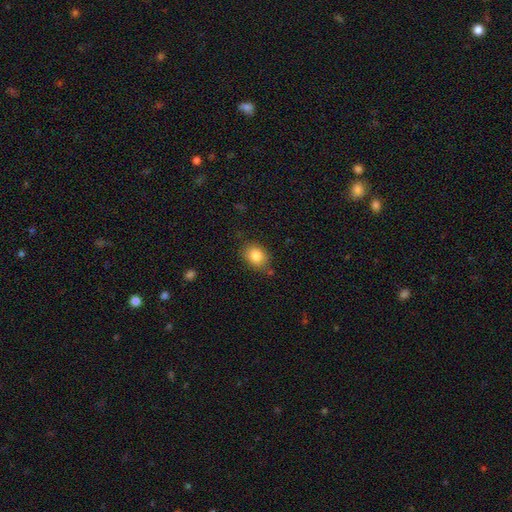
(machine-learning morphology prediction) The model was most divided on "how rounded": in between: 61%, round: 38%, cigar-shaped: 1%. More confident: smooth or featured — smooth (84%); merging — none (78%).